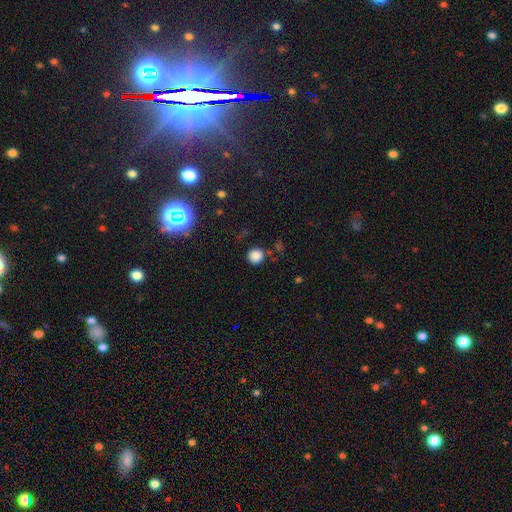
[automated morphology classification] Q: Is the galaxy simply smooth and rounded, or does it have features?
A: smooth — 82%.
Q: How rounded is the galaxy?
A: round — 92%.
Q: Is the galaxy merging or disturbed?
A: none — 82%.